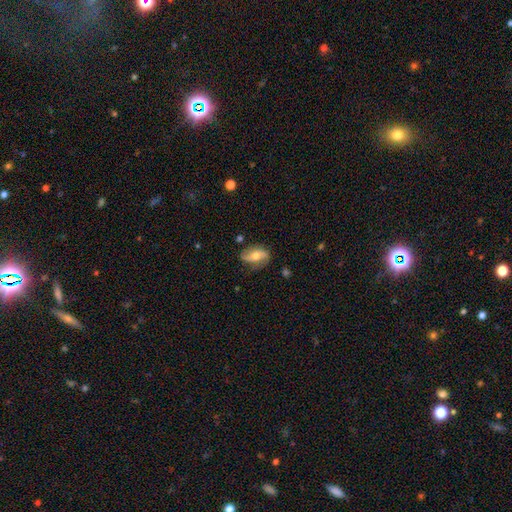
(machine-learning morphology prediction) This appears to be a featured or disk galaxy (63%) with no bar (49%), spiral arms (85%) and a moderate central bulge (67%). Merging: none (72%).